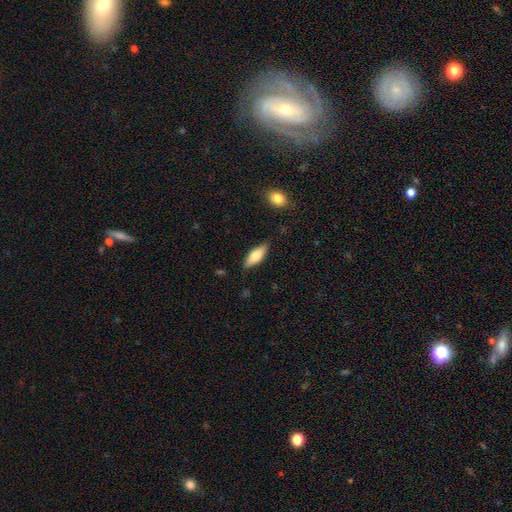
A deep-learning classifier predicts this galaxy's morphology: A smooth galaxy with no disk features (68%) that is in between round and cigar-shaped (66%). Merging: none (84%).